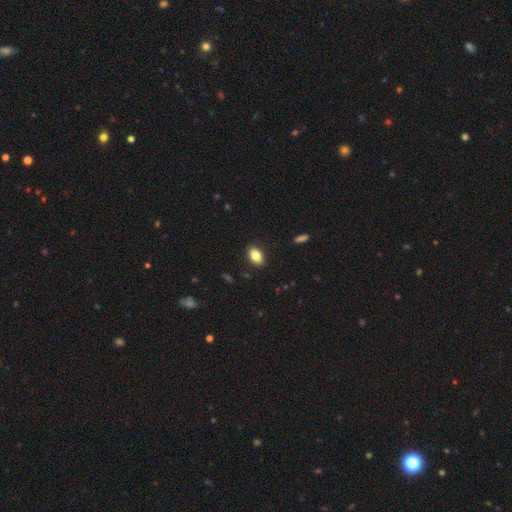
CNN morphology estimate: type=smooth (84%); roundness=in between (89%); merging=none (89%).